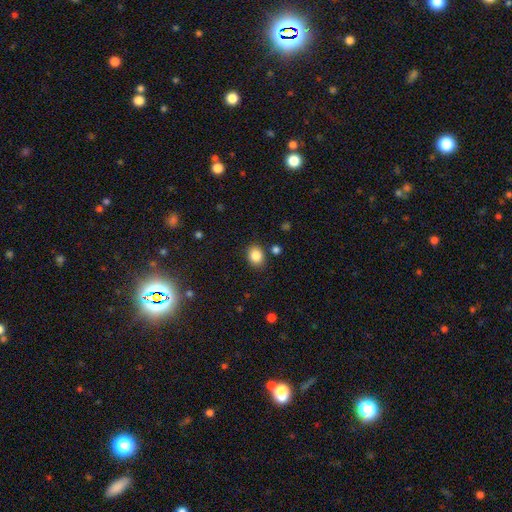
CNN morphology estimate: Q: Smooth or featured?
A: smooth (86%); runner-up: star or artifact (10%)
Q: How rounded?
A: round (57%); runner-up: in between (43%)
Q: Merging?
A: none (85%); runner-up: minor disturbance (9%)